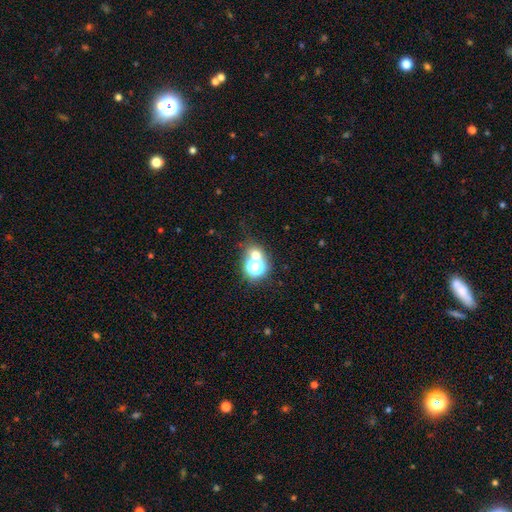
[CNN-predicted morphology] Smooth or featured? smooth (54%)
How rounded? round (77%)
Merging? none (56%)